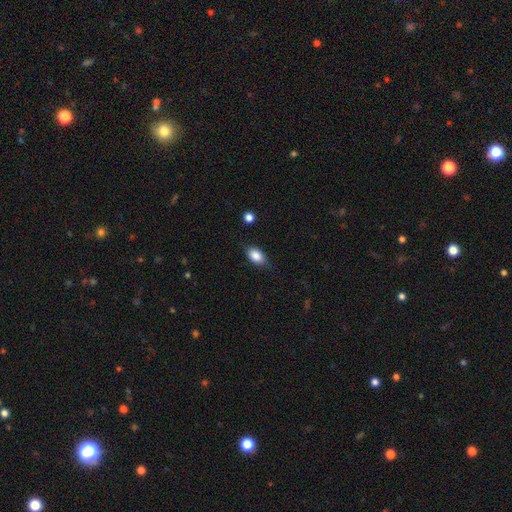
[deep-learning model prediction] Smooth or featured? Predicted: smooth (p=0.86). How rounded? Predicted: in between (p=0.88). Merging? Predicted: none (p=0.75).